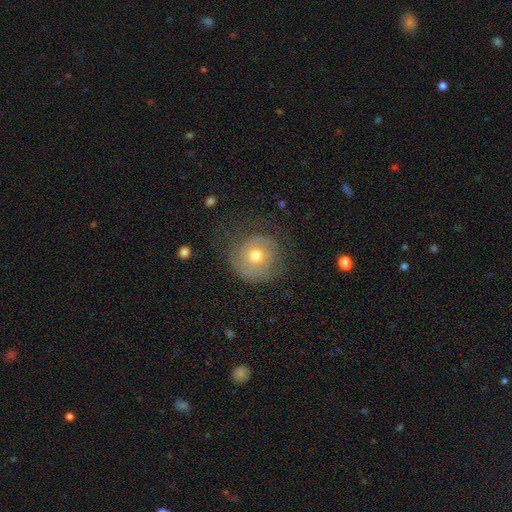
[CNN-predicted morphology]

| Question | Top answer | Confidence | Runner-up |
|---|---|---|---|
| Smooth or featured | featured or disk | 57% | smooth (35%) |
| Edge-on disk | no | 97% | yes (3%) |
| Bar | no | 81% | weak (16%) |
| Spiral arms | yes | 74% | no (26%) |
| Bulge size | moderate | 74% | small (17%) |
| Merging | none | 63% | minor disturbance (19%) |